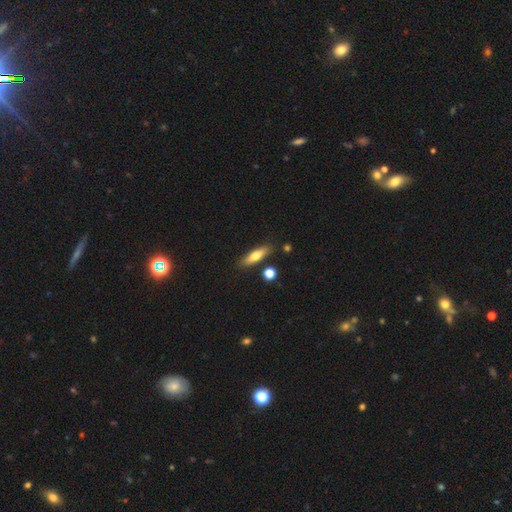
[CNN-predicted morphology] The model was most divided on "how rounded": cigar-shaped: 62%, in between: 35%, round: 3%. More confident: merging — none (83%); smooth or featured — smooth (64%).